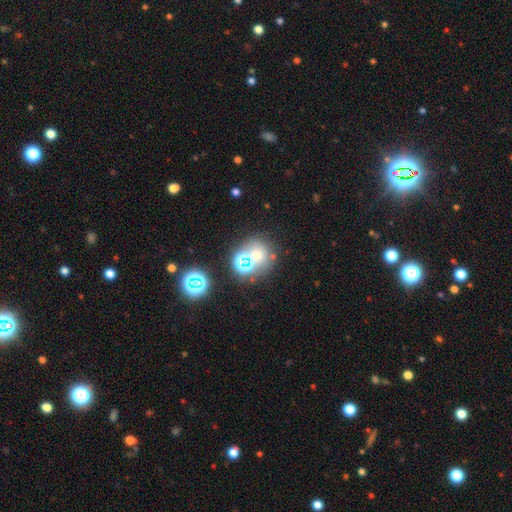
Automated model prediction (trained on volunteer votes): Overall: smooth (52%; star or artifact 32%). How rounded: round (80%). Merging: none (56%; merger 27%).